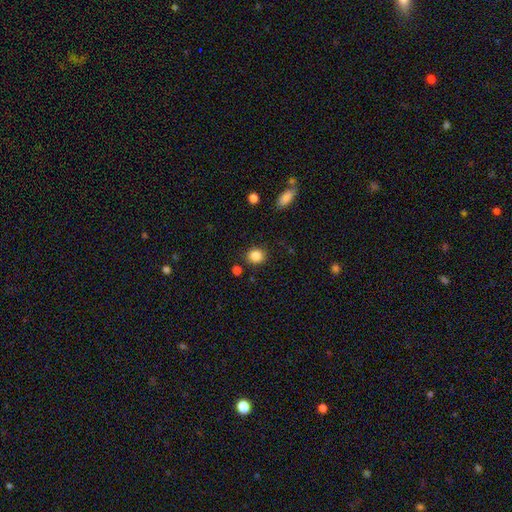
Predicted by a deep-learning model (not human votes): smooth-or-featured: smooth: 85% | star or artifact: 10% | featured or disk: 5%
  how-rounded: round: 77% | in between: 22% | cigar-shaped: 1%
  merging: none: 85% | minor disturbance: 9% | merger: 3% | major disturbance: 3%